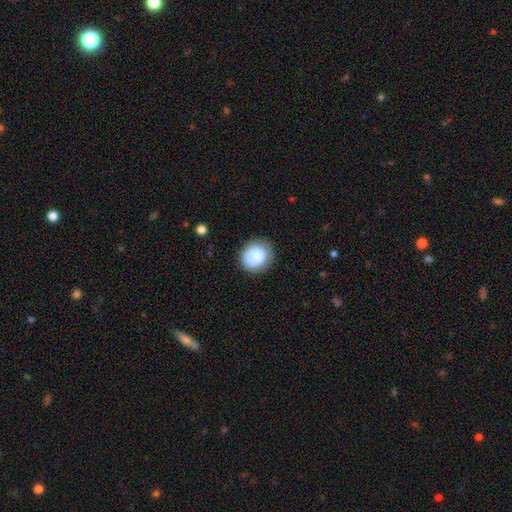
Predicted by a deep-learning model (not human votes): Smooth or featured? Predicted: smooth (p=0.84). How rounded? Predicted: round (p=0.69). Merging? Predicted: none (p=0.76).